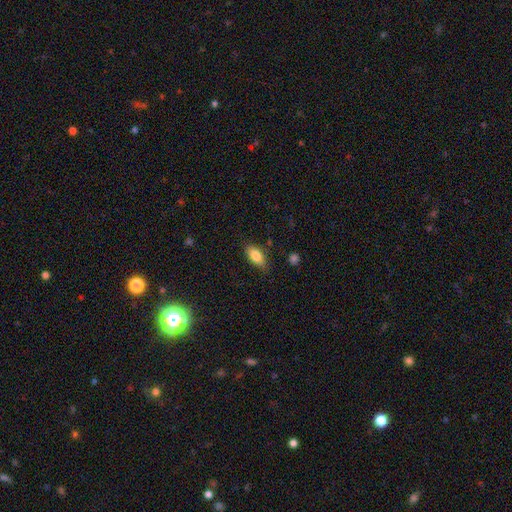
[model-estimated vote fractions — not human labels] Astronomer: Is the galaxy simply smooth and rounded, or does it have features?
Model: smooth — 83%.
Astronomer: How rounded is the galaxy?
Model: in between — 88%.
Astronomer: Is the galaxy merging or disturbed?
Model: none — 82%.